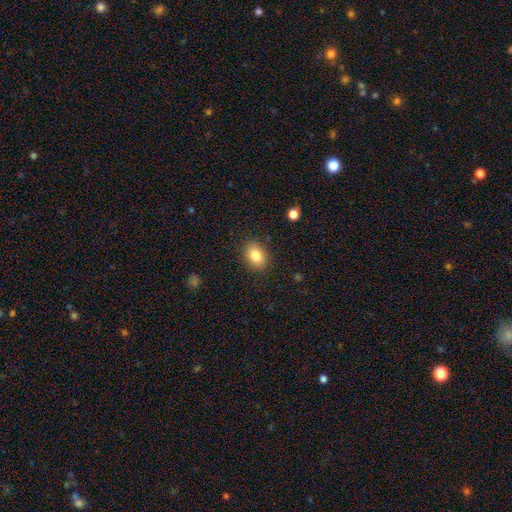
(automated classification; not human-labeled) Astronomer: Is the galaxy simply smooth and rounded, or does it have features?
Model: smooth — 84%.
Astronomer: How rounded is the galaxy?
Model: in between — 71%.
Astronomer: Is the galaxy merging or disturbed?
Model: none — 88%.